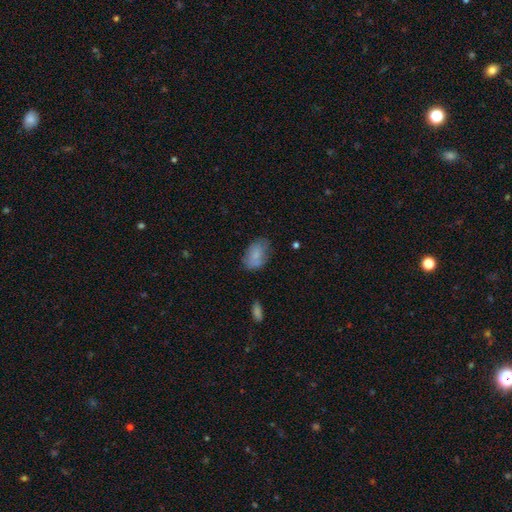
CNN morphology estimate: The model was most divided on "merging": none: 62%, minor disturbance: 26%, major disturbance: 8%, merger: 3%. More confident: how rounded — in between (89%); smooth or featured — smooth (78%).